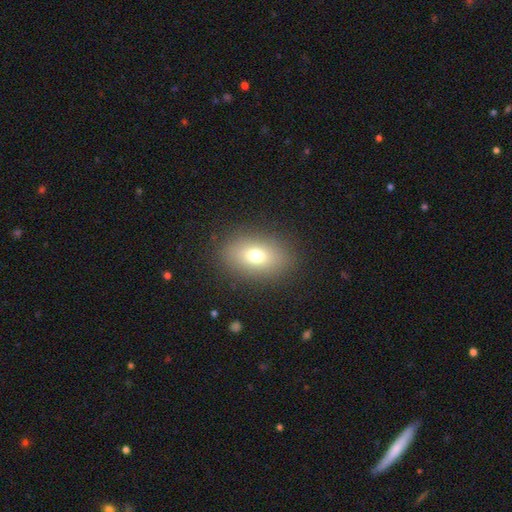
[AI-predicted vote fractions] smooth-or-featured: smooth: 73% | featured or disk: 15% | star or artifact: 13%
  how-rounded: in between: 78% | round: 20% | cigar-shaped: 2%
  merging: none: 87% | minor disturbance: 9% | major disturbance: 4% | merger: 1%